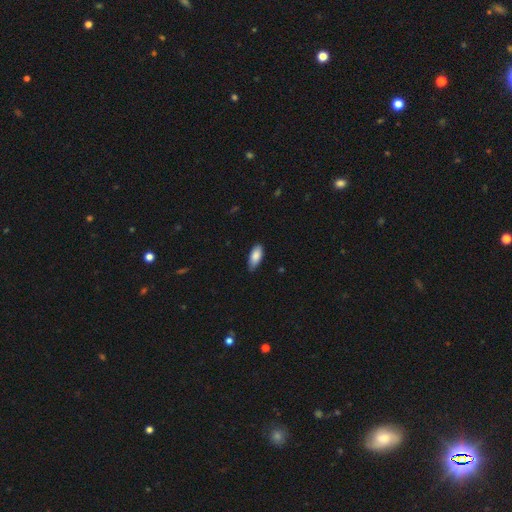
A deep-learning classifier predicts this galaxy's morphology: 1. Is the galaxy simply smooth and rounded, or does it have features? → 87% smooth, 8% featured or disk, 6% star or artifact.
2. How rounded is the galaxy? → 86% in between, 12% cigar-shaped, 2% round.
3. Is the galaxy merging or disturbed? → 79% none, 18% minor disturbance, 2% major disturbance, 1% merger.